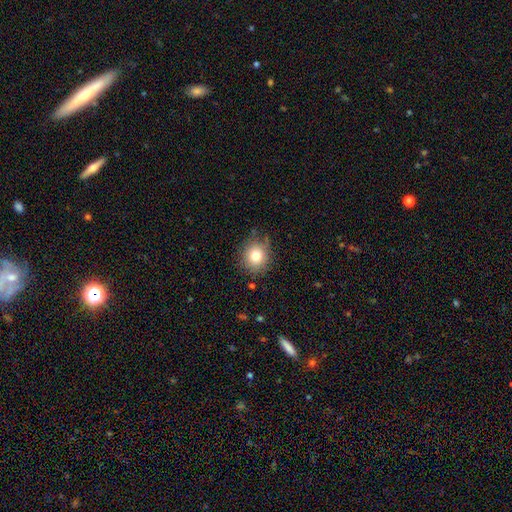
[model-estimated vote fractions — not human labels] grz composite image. It shows a smooth galaxy with no disk features (78%) that is round (86%). Merging: none (81%).